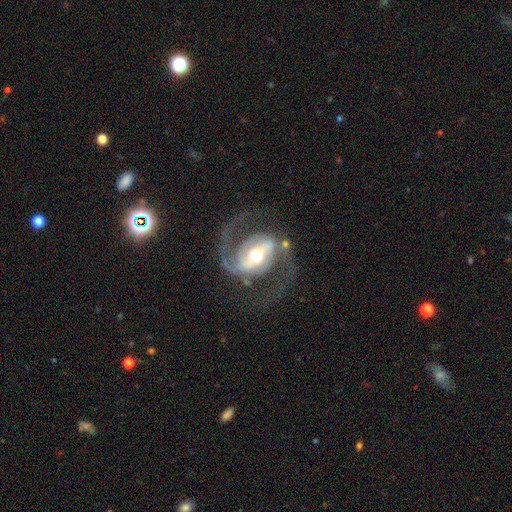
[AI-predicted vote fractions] A featured or disk galaxy (91%) with a strong bar (50%), 2 (92%) medium (58%) spiral arms (97%) and a moderate central bulge (65%). Merging: none (71%).